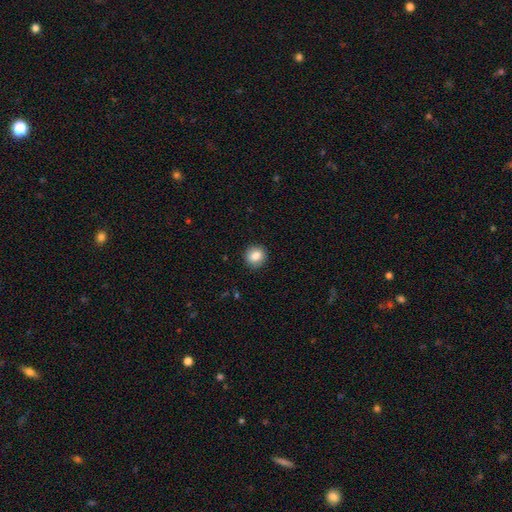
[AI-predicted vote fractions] smooth-or-featured: smooth: 84% | star or artifact: 9% | featured or disk: 7%
  how-rounded: round: 85% | in between: 14% | cigar-shaped: 1%
  merging: none: 90% | minor disturbance: 7% | major disturbance: 2% | merger: 1%